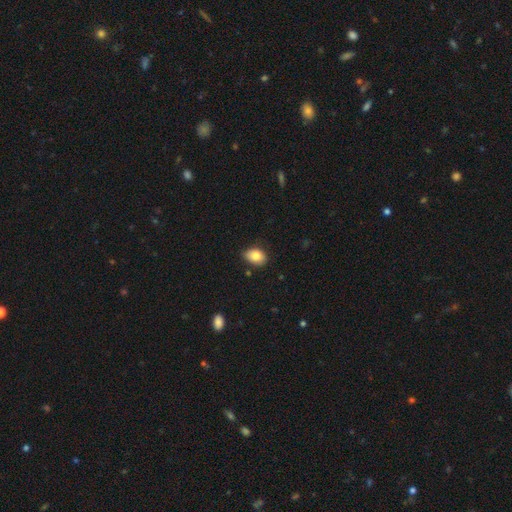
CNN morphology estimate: The model was most divided on "merging": none: 72%, minor disturbance: 22%, major disturbance: 3%, merger: 2%. More confident: smooth or featured — smooth (83%); how rounded — in between (79%).